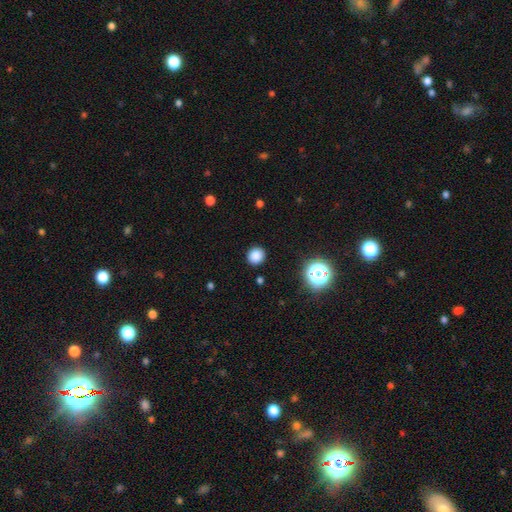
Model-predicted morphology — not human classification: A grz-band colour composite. It shows a smooth galaxy with no disk features (83%) that is round (89%). Merging: none (90%).